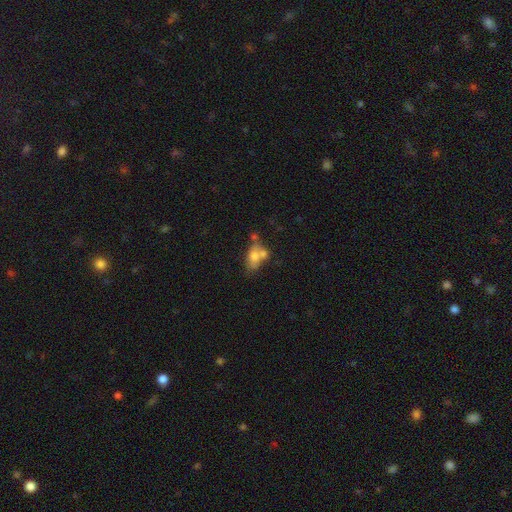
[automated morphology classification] This appears to be a smooth galaxy with no disk features (66%) that is in between round and cigar-shaped (79%). Merging: merger (43%).